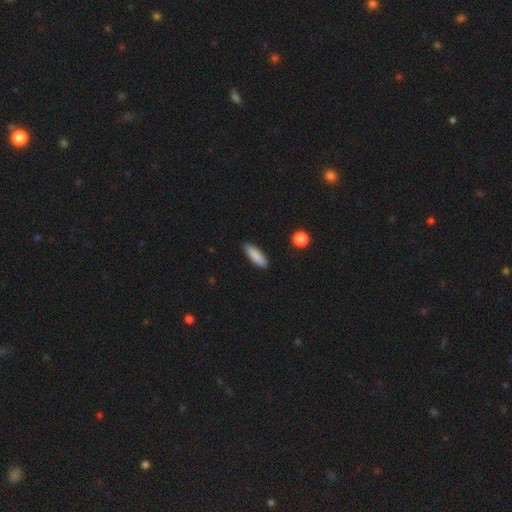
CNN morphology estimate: This appears to be a smooth galaxy with no disk features (87%) that is in between round and cigar-shaped (50%). Merging: none (85%).